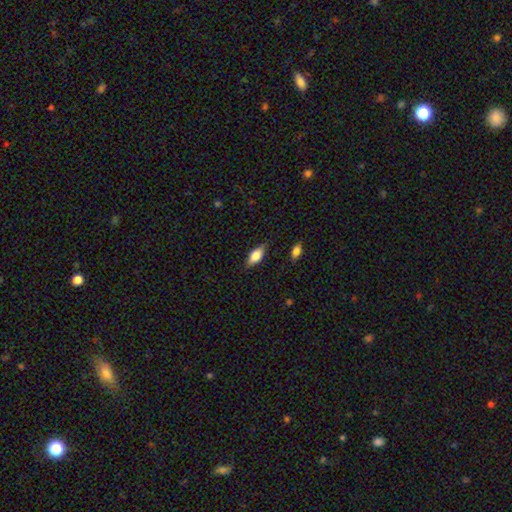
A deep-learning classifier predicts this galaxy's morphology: Smooth or featured? smooth (73%)
How rounded? in between (83%)
Merging? none (83%)